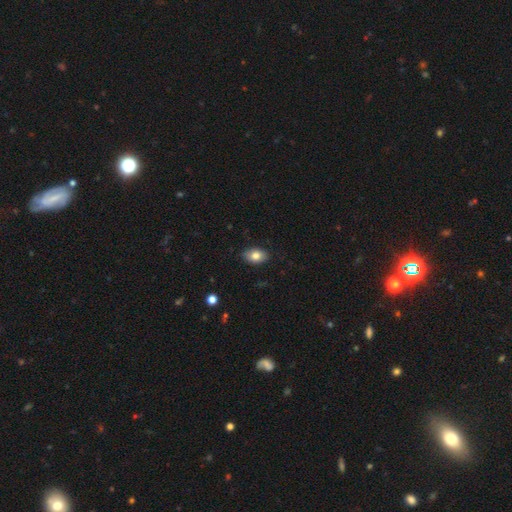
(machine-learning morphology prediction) Overall: smooth (81%). How rounded: in between (86%). Merging: none (86%).